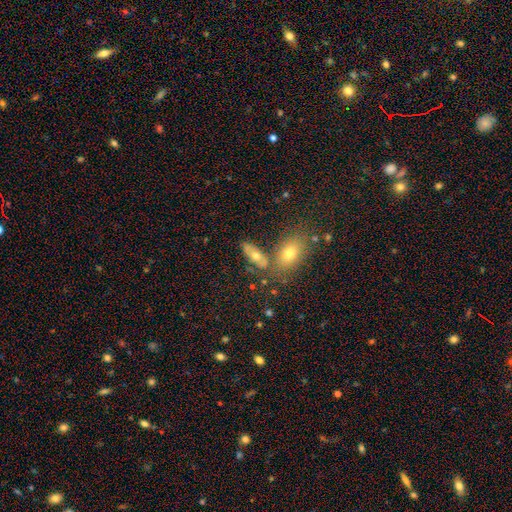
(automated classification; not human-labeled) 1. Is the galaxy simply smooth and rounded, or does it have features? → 59% smooth, 30% featured or disk, 11% star or artifact.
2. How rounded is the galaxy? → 76% in between, 18% cigar-shaped, 6% round.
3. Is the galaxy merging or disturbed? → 60% none, 22% merger, 13% minor disturbance, 5% major disturbance.